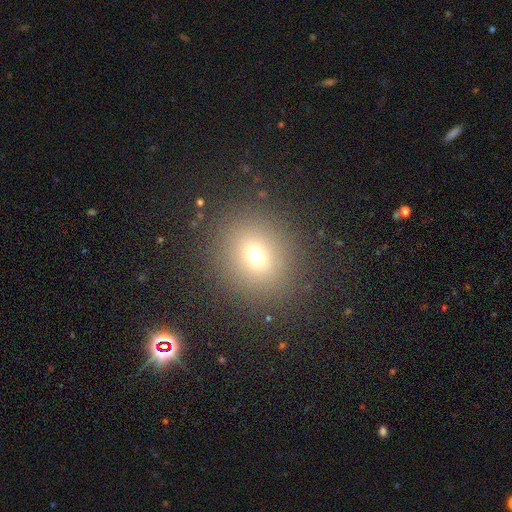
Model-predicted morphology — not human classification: This is likely a smooth galaxy (68%). How rounded: likely round (79%). Merging: clearly none (87%).